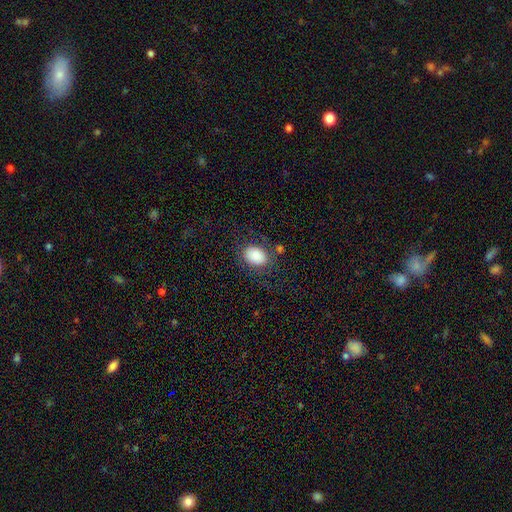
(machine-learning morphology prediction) Smooth or featured? smooth (85%)
How rounded? in between (79%)
Merging? none (74%)